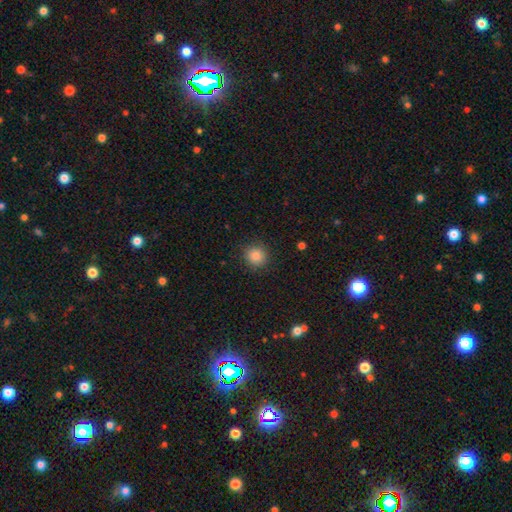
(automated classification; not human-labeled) Smooth or featured?
  - smooth: 85% *
  - star or artifact: 11%
  - featured or disk: 4%
How rounded?
  - round: 91% *
  - in between: 8%
  - cigar-shaped: 1%
Merging?
  - none: 90% *
  - minor disturbance: 7%
  - major disturbance: 2%
  - merger: 1%